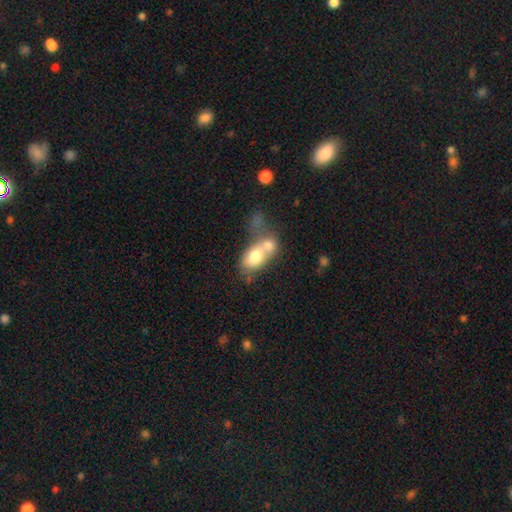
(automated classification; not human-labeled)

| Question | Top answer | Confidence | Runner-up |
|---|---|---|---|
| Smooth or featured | smooth | 69% | featured or disk (23%) |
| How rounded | in between | 78% | round (18%) |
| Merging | merger | 69% | none (16%) |